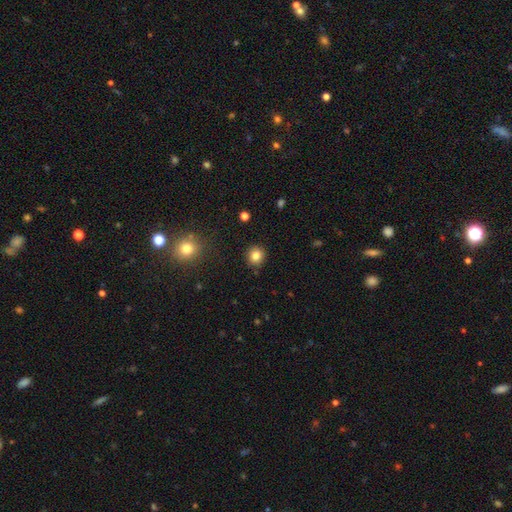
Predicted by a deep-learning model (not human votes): smooth 82%, star or artifact 12%, featured or disk 6%. Down the decision tree: how rounded — round (90%); merging — none (91%).